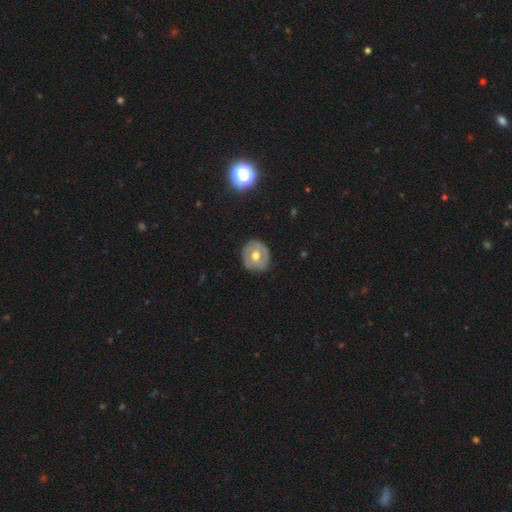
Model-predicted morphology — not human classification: smooth-or-featured: smooth: 47% | featured or disk: 46% | star or artifact: 8%
  merging: none: 84% | minor disturbance: 12% | major disturbance: 3% | merger: 1%